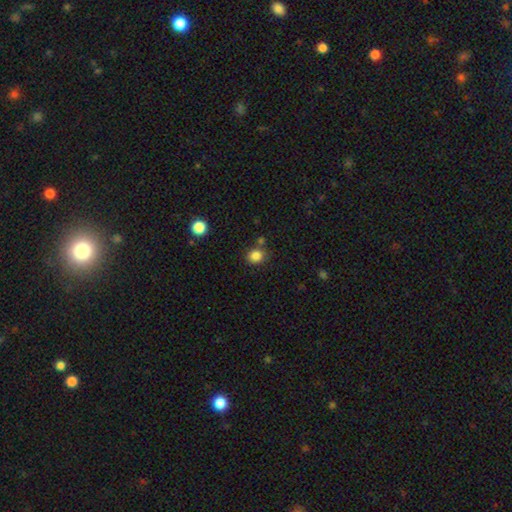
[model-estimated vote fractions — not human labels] Q: Smooth or featured?
A: smooth (84%); runner-up: star or artifact (11%)
Q: How rounded?
A: round (74%); runner-up: in between (25%)
Q: Merging?
A: none (77%); runner-up: minor disturbance (11%)